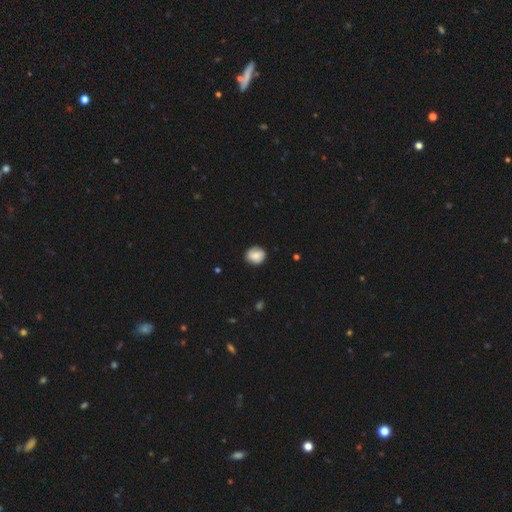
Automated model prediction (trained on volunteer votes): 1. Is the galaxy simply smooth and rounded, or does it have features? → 73% smooth, 19% featured or disk, 8% star or artifact.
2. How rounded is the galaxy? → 79% round, 20% in between, 1% cigar-shaped.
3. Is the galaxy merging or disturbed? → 83% none, 13% minor disturbance, 3% major disturbance, 1% merger.